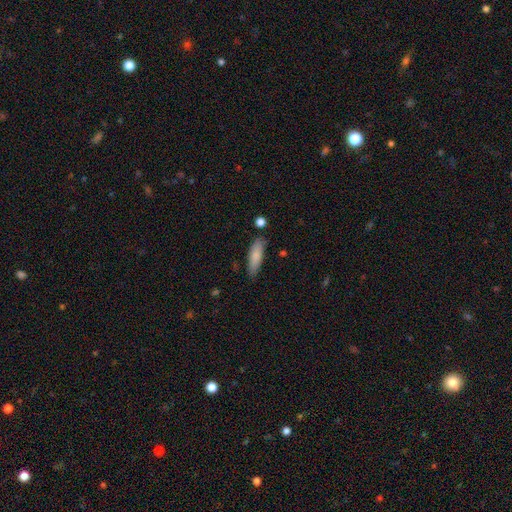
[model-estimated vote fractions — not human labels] Smooth or featured: smooth — 81% (featured or disk — 12%)
How rounded: cigar-shaped — 59% (in between — 40%)
Merging: none — 78% (minor disturbance — 16%)